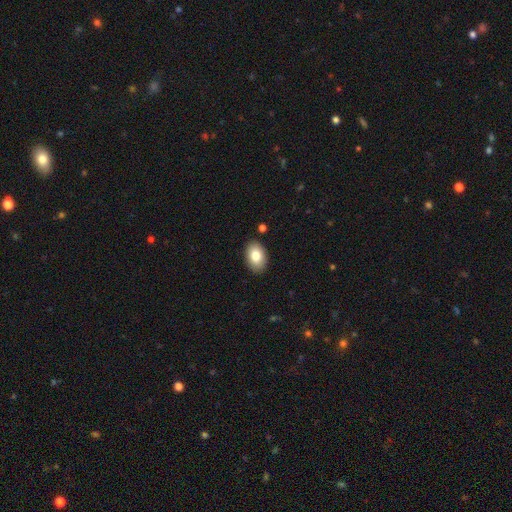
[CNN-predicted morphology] The model was most divided on "smooth or featured": smooth: 82%, featured or disk: 11%, star or artifact: 7%. More confident: how rounded — in between (89%); merging — none (88%).